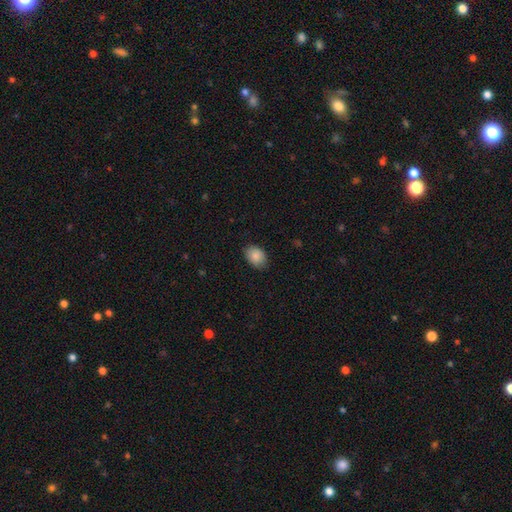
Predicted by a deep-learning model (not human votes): Smooth or featured? Predicted: smooth (p=0.87). How rounded? Predicted: in between (p=0.77). Merging? Predicted: none (p=0.84).